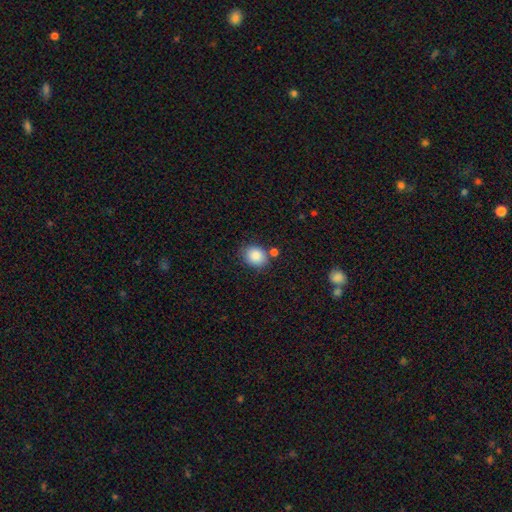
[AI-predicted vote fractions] Q: Smooth or featured?
A: smooth (87%); runner-up: star or artifact (8%)
Q: How rounded?
A: round (61%); runner-up: in between (38%)
Q: Merging?
A: none (74%); runner-up: minor disturbance (13%)